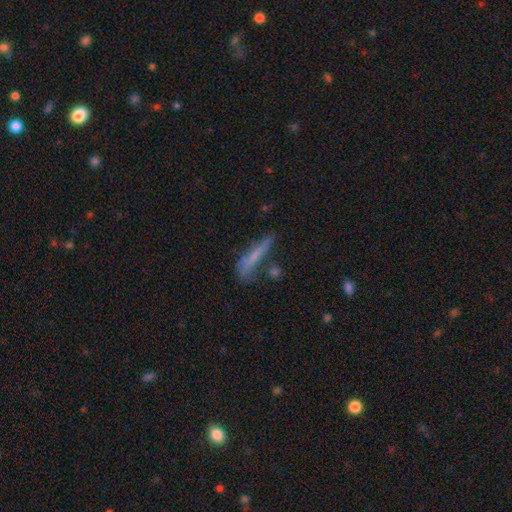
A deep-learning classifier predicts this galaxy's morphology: type=smooth (60%); roundness=cigar-shaped (86%); merging=none (50%).